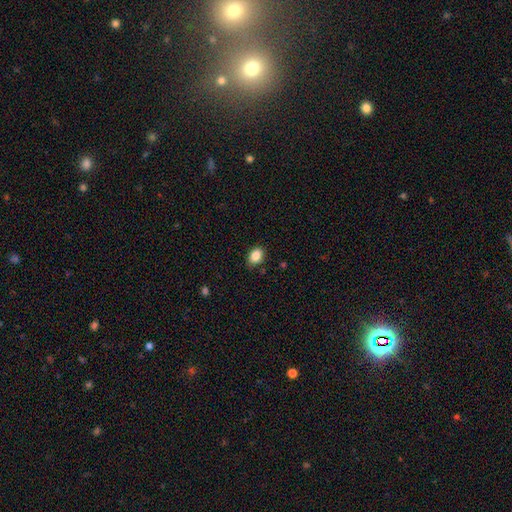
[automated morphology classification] Smooth or featured: smooth — 87% (star or artifact — 9%)
How rounded: in between — 75% (round — 24%)
Merging: none — 82% (minor disturbance — 14%)